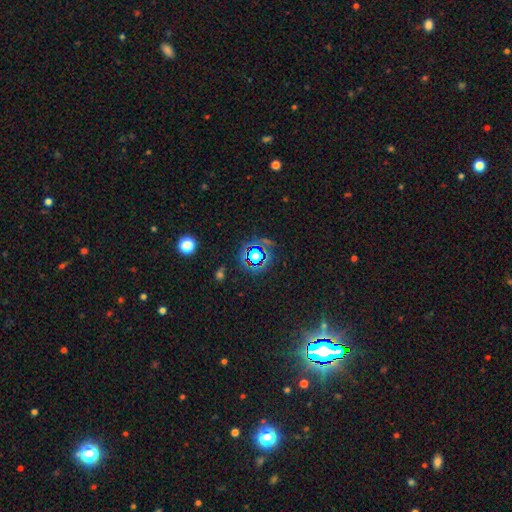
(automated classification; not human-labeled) A star or artifact, not a galaxy (76%).